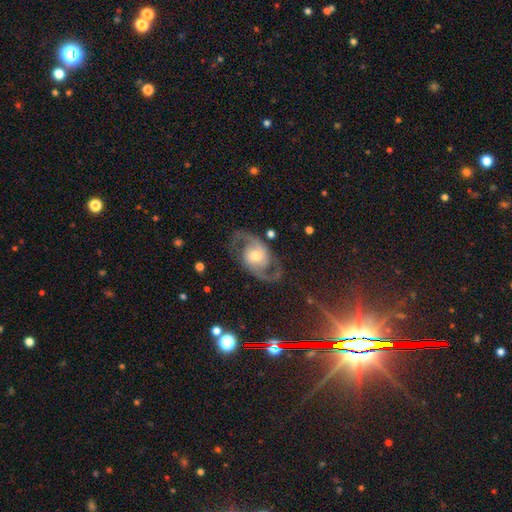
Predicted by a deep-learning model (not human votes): This is clearly a featured or disk galaxy (87%). It is clearly not viewed edge-on (97%). Bar: possibly no (54%). Spiral arm pattern: clearly yes (95%). Spiral arm count: clearly 2 (93%). Spiral winding: possibly medium (55%). Central bulge: likely moderate (68%). Merging: likely none (79%).